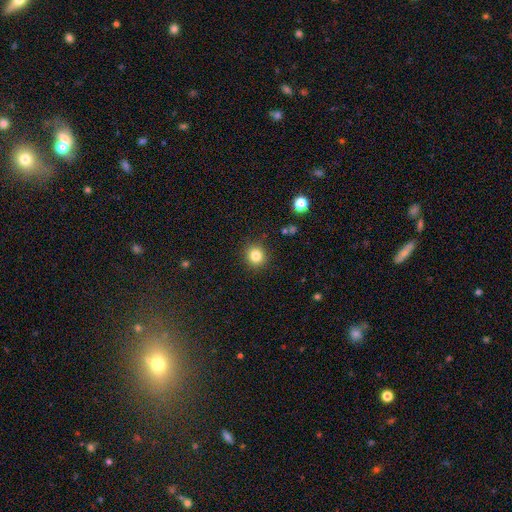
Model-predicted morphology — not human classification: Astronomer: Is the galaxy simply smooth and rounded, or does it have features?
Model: smooth — 83%.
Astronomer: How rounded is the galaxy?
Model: round — 91%.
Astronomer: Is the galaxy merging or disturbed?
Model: none — 90%.